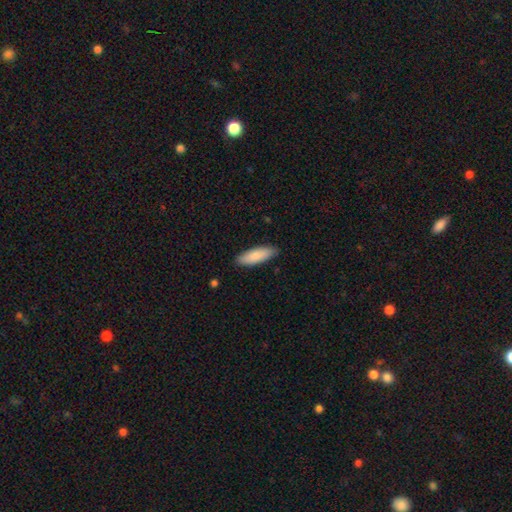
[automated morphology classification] Smooth or featured: smooth — 86% (featured or disk — 9%)
How rounded: in between — 57% (cigar-shaped — 41%)
Merging: none — 87% (minor disturbance — 10%)